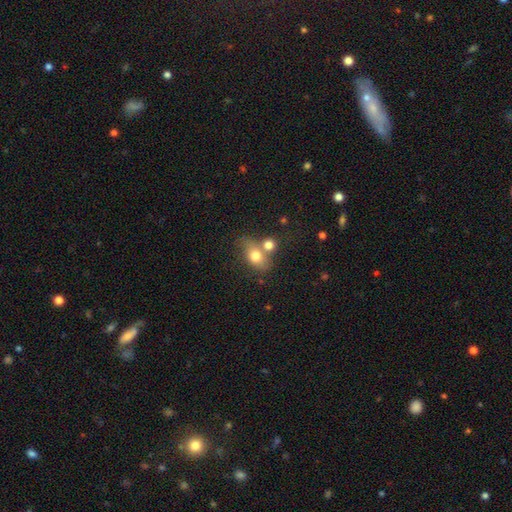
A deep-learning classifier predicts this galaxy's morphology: Overall: smooth (75%). How rounded: in between (70%). Merging: merger (41%; none 39%).